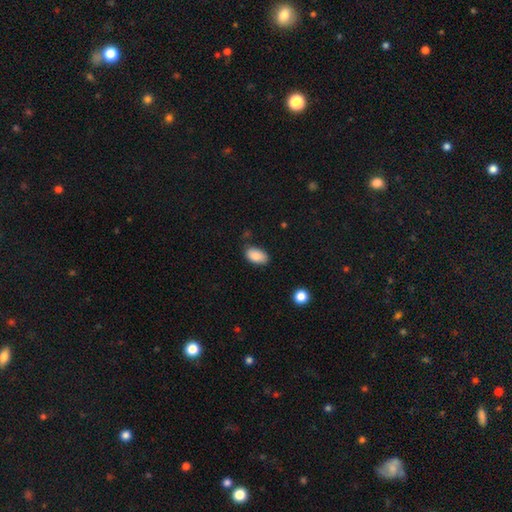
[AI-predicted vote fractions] smooth_or_featured: smooth (p=0.87) [alt: star or artifact p=0.07]
how_rounded: in between (p=0.93) [alt: round p=0.05]
merging: none (p=0.76) [alt: minor disturbance p=0.18]